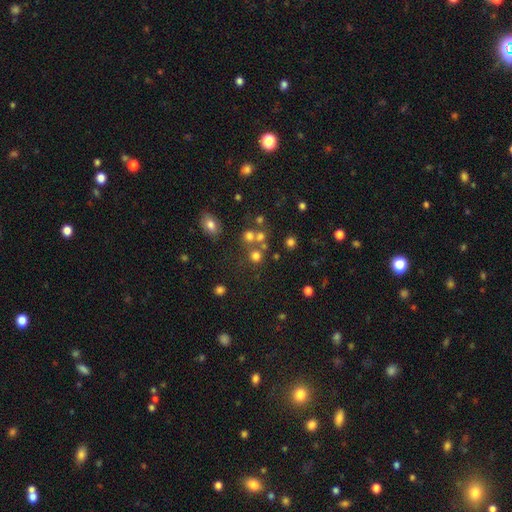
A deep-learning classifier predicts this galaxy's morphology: This is likely a smooth galaxy (70%). How rounded: clearly round (86%). Merging: likely none (63%).